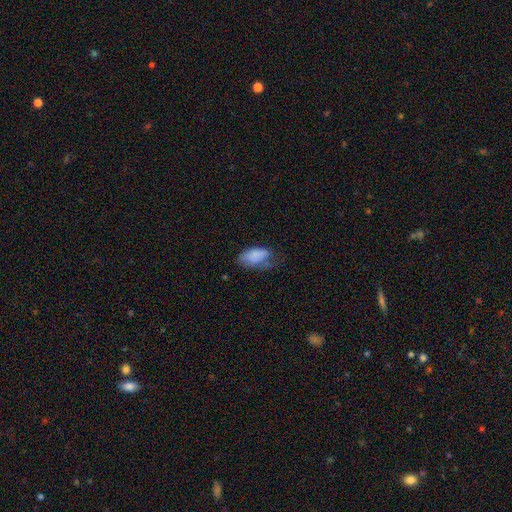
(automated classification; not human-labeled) Smooth or featured? smooth (80%)
How rounded? in between (94%)
Merging? none (38%)